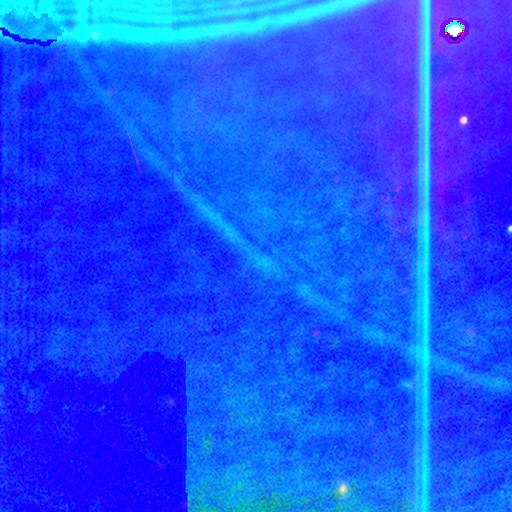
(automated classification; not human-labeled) Smooth or featured? star or artifact (86%)